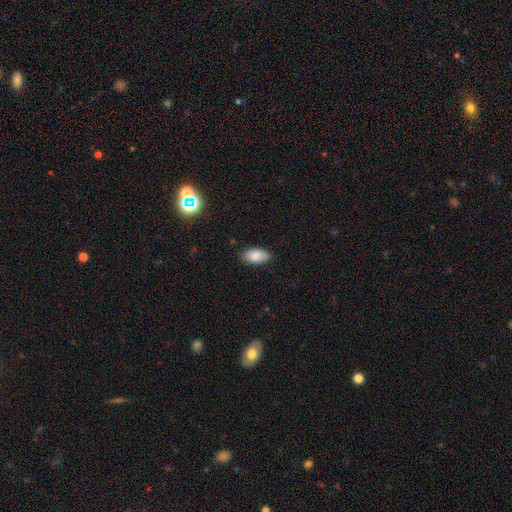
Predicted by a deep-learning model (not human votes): This is clearly a smooth galaxy (87%). How rounded: clearly in between (94%). Merging: clearly none (84%).